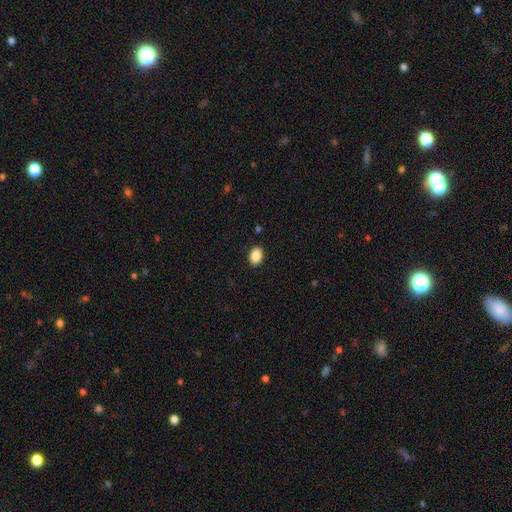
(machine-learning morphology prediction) This is clearly a smooth galaxy (88%). How rounded: clearly in between (81%). Merging: clearly none (90%).